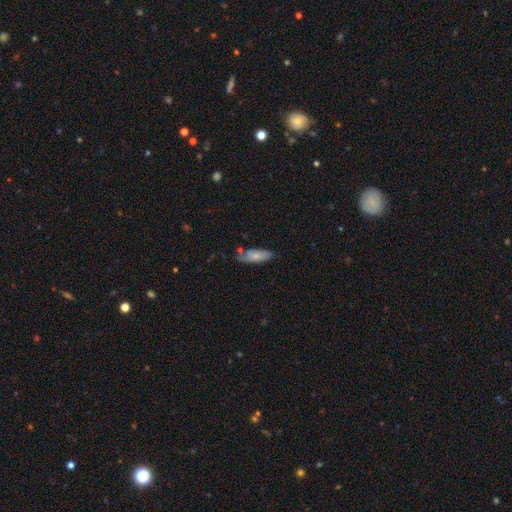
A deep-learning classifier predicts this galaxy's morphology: Q: Smooth or featured?
A: smooth (74%); runner-up: featured or disk (20%)
Q: How rounded?
A: in between (65%); runner-up: cigar-shaped (33%)
Q: Merging?
A: none (61%); runner-up: minor disturbance (26%)